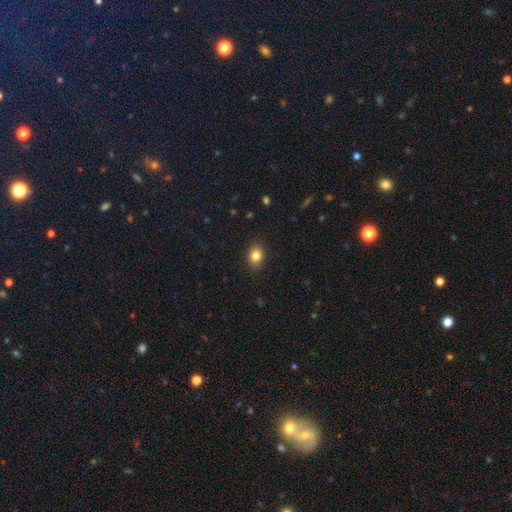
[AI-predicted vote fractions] Smooth or featured: smooth — 83% (star or artifact — 10%)
How rounded: in between — 62% (round — 37%)
Merging: none — 89% (minor disturbance — 8%)